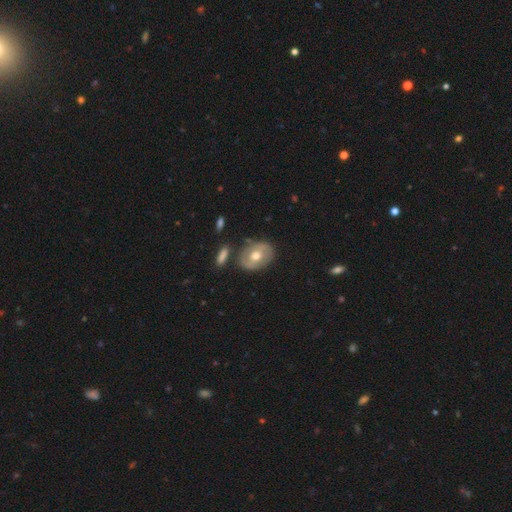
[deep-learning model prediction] smooth_or_featured: featured or disk (p=0.51) [alt: smooth p=0.42]
disk_edge_on: no (p=0.93) [alt: yes p=0.07]
merging: none (p=0.74) [alt: minor disturbance p=0.15]